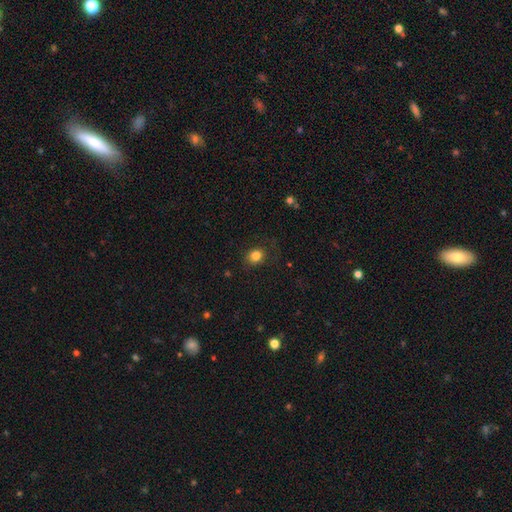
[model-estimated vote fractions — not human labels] smooth 83%, star or artifact 11%, featured or disk 6%. Down the decision tree: how rounded — round (65%); merging — none (80%).